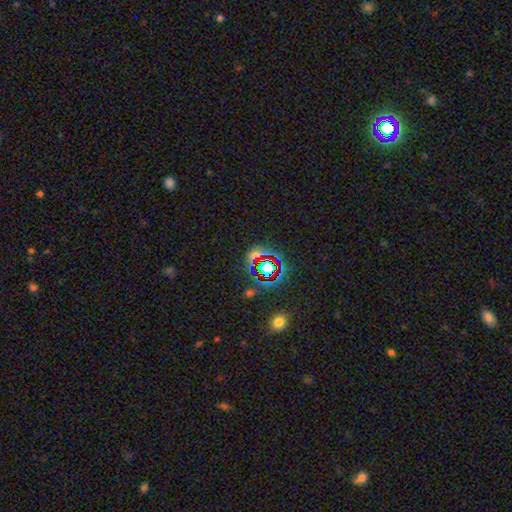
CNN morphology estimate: smooth_or_featured: star or artifact (p=0.61) [alt: smooth p=0.28]